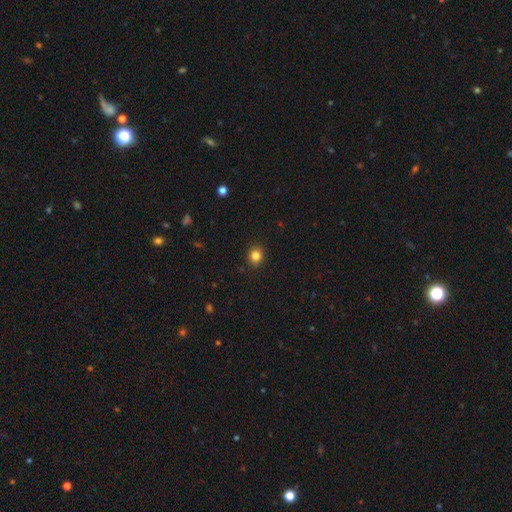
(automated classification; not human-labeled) Smooth or featured? Predicted: smooth (p=0.84). How rounded? Predicted: round (p=0.82). Merging? Predicted: none (p=0.91).